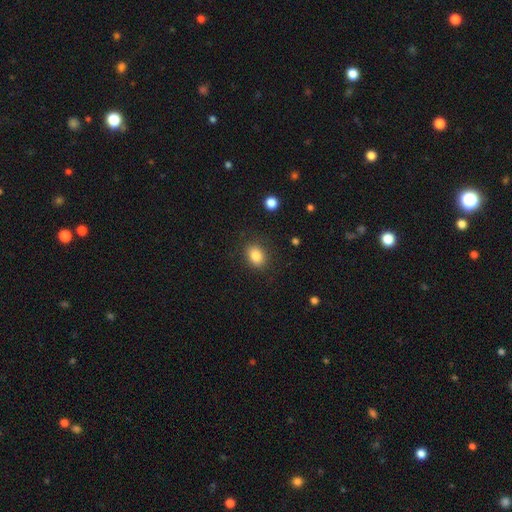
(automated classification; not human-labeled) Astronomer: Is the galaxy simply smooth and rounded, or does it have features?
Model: smooth — 85%.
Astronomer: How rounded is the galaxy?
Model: in between — 65%.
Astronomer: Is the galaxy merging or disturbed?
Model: none — 85%.